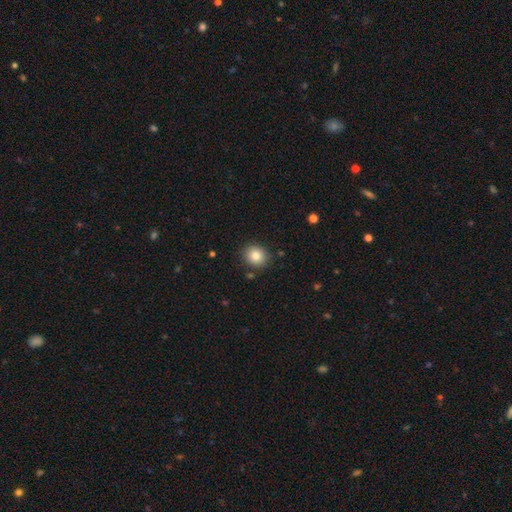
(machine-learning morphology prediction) Smooth or featured? smooth (83%)
How rounded? round (81%)
Merging? none (87%)